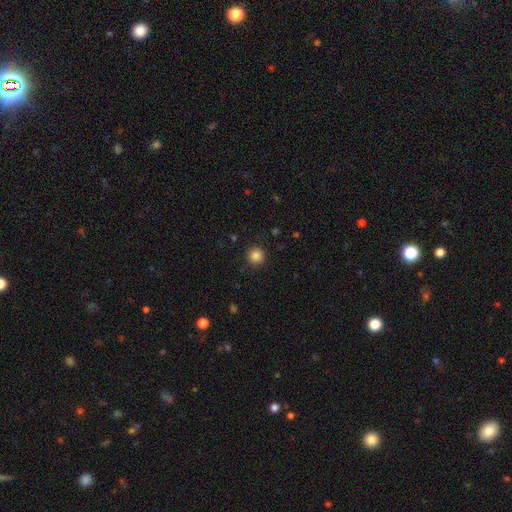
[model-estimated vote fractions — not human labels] A smooth galaxy with no disk features (85%) that is round (95%).

Vote fractions:
- Smooth or featured? smooth: 85% / star or artifact: 11% / featured or disk: 4%
- How rounded? round: 95% / in between: 4% / cigar-shaped: 1%
- Merging? none: 91% / minor disturbance: 6% / major disturbance: 2% / merger: 1%